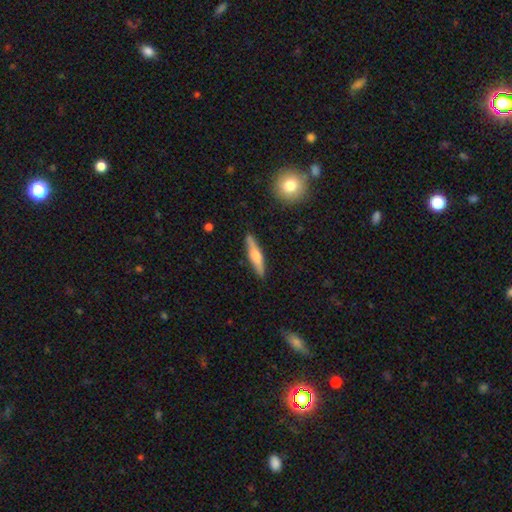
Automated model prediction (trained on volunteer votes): Smooth or featured: smooth — 50% (featured or disk — 45%)
Merging: none — 88% (minor disturbance — 9%)